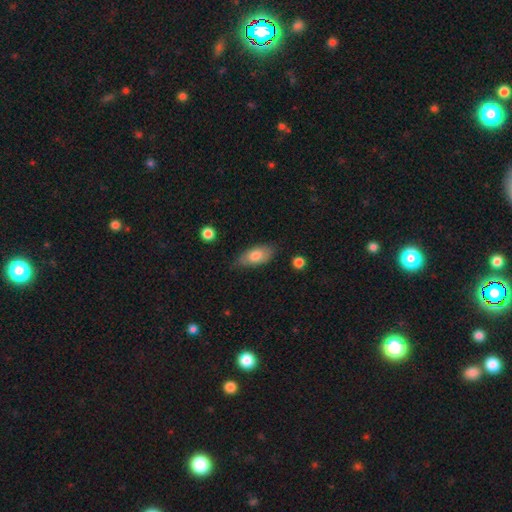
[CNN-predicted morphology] Smooth or featured?
  - smooth: 77% *
  - featured or disk: 17%
  - star or artifact: 6%
How rounded?
  - in between: 89% *
  - cigar-shaped: 8%
  - round: 3%
Merging?
  - none: 74% *
  - minor disturbance: 21%
  - major disturbance: 4%
  - merger: 2%